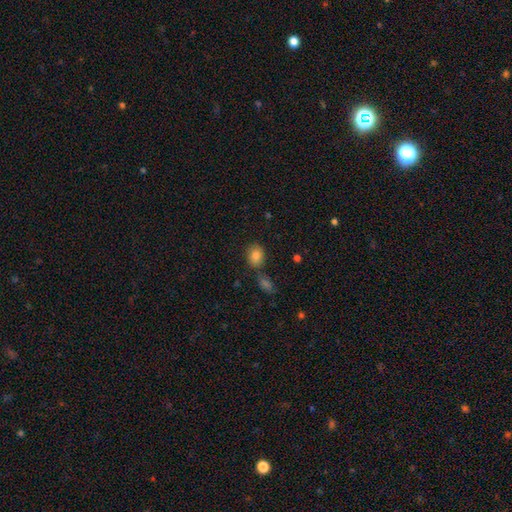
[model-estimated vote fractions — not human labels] smooth-or-featured: smooth: 83% | star or artifact: 9% | featured or disk: 7%
  how-rounded: in between: 54% | round: 45% | cigar-shaped: 1%
  merging: none: 68% | minor disturbance: 14% | merger: 13% | major disturbance: 4%